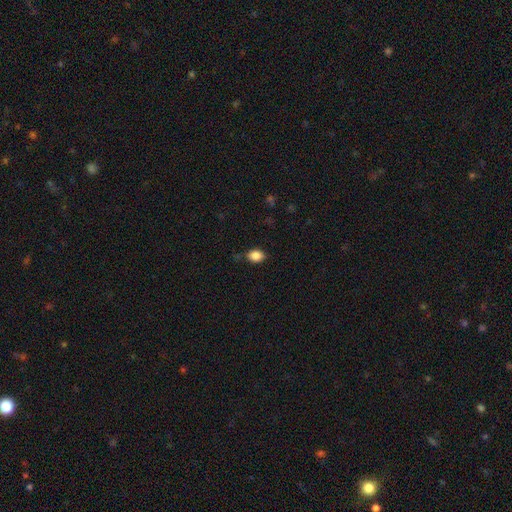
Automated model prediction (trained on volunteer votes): Morphology: type=smooth (86%); roundness=in between (67%); merging=none (74%).